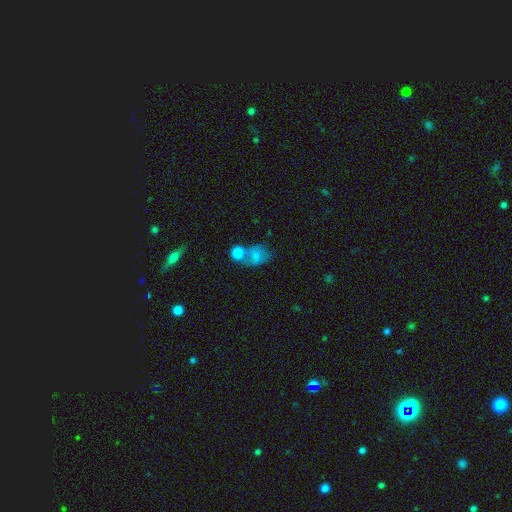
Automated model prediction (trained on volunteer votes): smooth_or_featured: smooth (p=0.67) [alt: featured or disk p=0.21]
how_rounded: in between (p=0.56) [alt: round p=0.43]
merging: merger (p=0.43) [alt: none p=0.30]